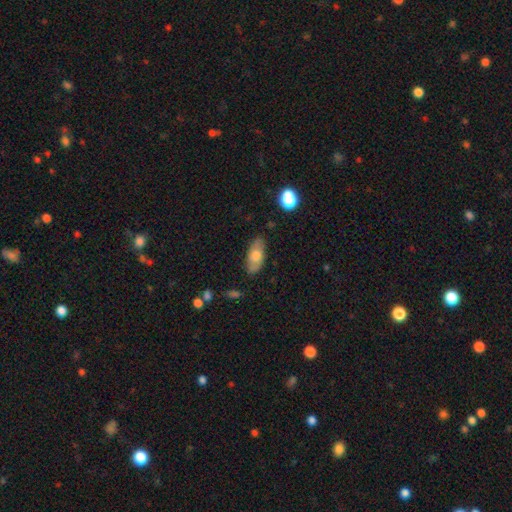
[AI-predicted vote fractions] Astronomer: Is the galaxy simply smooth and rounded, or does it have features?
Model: smooth — 65%.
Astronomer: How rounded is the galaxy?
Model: in between — 87%.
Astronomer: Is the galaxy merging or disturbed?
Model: none — 78%.